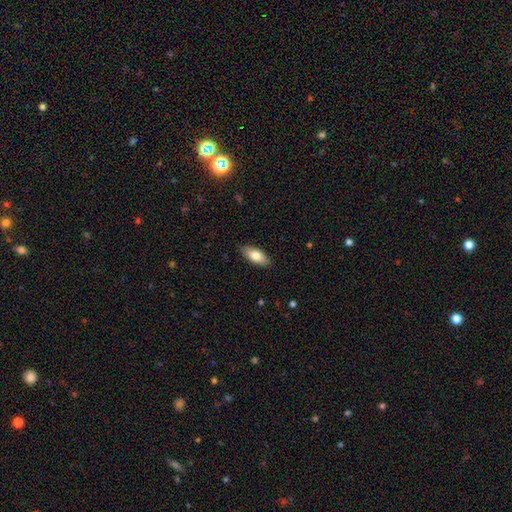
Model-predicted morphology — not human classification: Smooth or featured: smooth — 77% (featured or disk — 17%)
How rounded: in between — 84% (cigar-shaped — 14%)
Merging: none — 88% (minor disturbance — 10%)